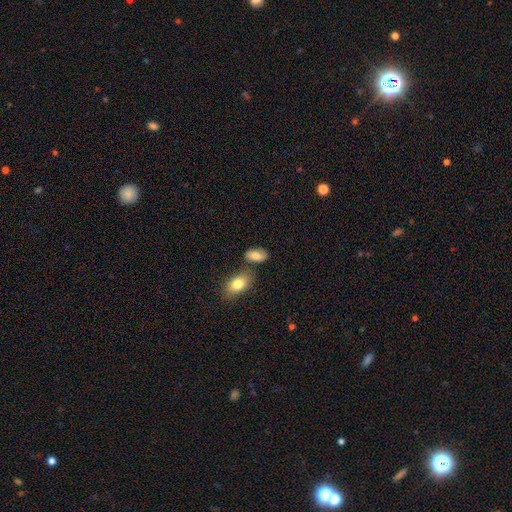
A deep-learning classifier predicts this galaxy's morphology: The model was most divided on "merging": none: 67%, minor disturbance: 15%, merger: 14%, major disturbance: 4%. More confident: how rounded — in between (91%); smooth or featured — smooth (82%).